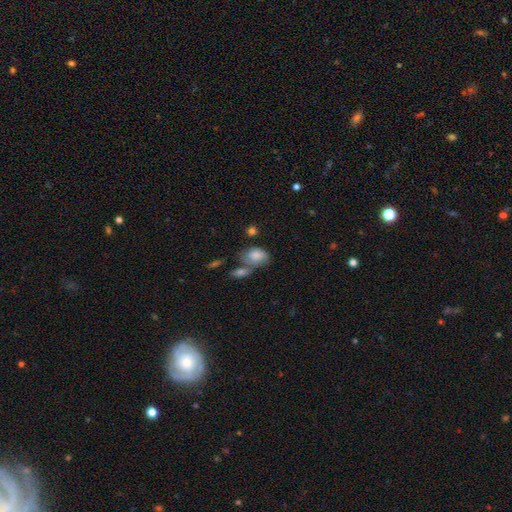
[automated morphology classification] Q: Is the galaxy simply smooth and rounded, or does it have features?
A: smooth — 81%.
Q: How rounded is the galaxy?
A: in between — 82%.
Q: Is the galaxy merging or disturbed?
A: none — 36%.